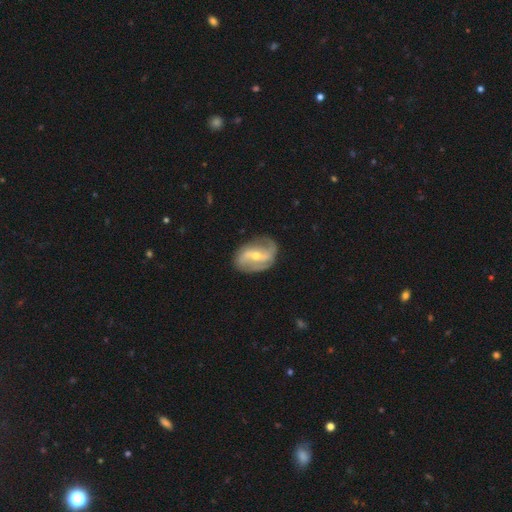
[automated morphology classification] Overall: featured or disk (82%). Edge-on disk: no (96%). Bar: strong (40%; weak 38%). Spiral arms: yes (91%). Spiral arm count: 2 (80%). Spiral winding: loose (46%; medium 36%). Bulge size: small (49%; moderate 47%). Merging: none (71%).